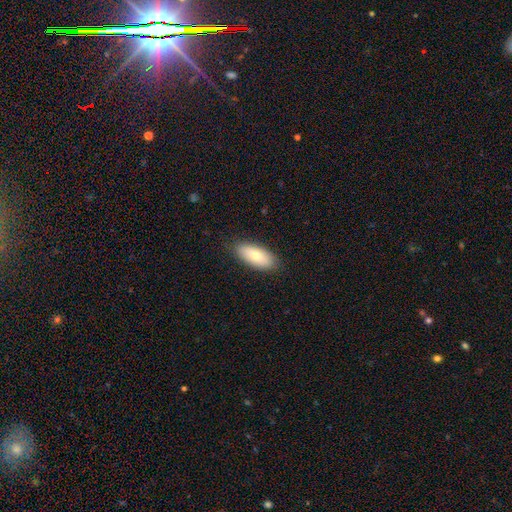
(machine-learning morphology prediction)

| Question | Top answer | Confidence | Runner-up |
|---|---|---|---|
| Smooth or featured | smooth | 77% | featured or disk (17%) |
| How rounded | in between | 86% | cigar-shaped (12%) |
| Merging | none | 87% | minor disturbance (10%) |